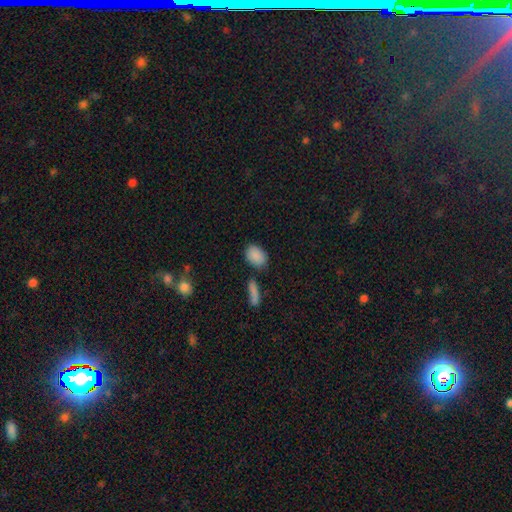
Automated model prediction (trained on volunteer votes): Morphology: type=smooth (87%); roundness=in between (81%); merging=none (75%).